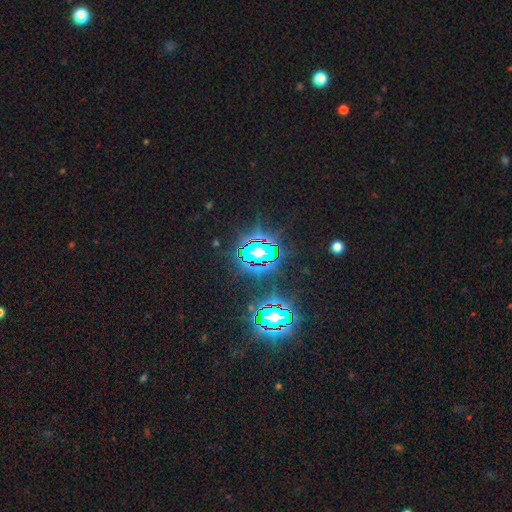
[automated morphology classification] Smooth or featured? Predicted: star or artifact (p=0.83).